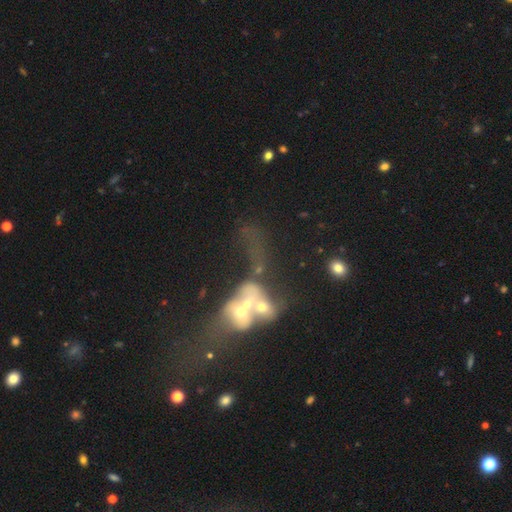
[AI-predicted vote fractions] Morphology: type=featured or disk (56%); edge-on=no (91%); bar=no (84%); spiral arms=no (84%); bulge=moderate (39%); merging=merger (67%).